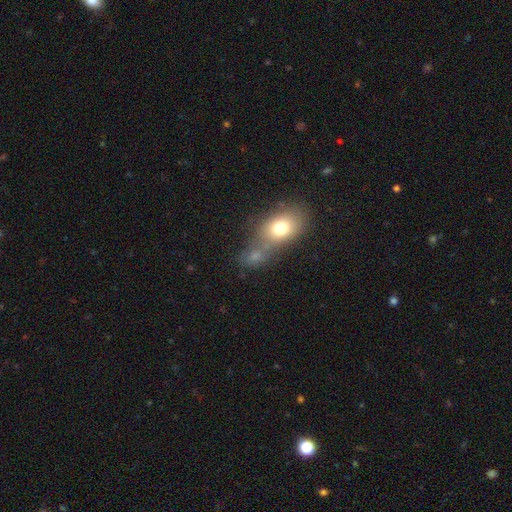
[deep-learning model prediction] This appears to be a smooth galaxy with no disk features (72%) that is in between round and cigar-shaped (61%). Merging: merger (50%).